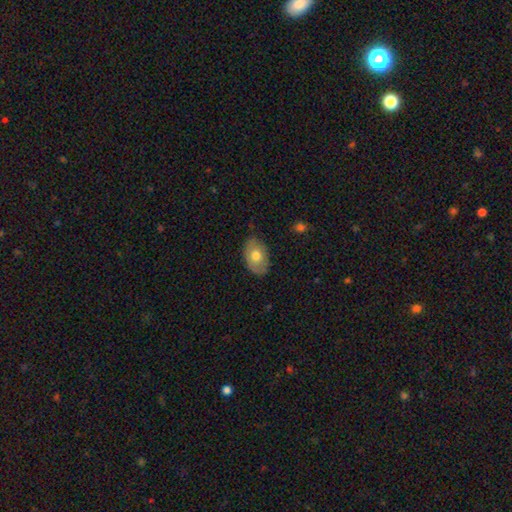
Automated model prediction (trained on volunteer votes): Q: Smooth or featured?
A: smooth (68%); runner-up: featured or disk (26%)
Q: How rounded?
A: in between (88%); runner-up: round (11%)
Q: Merging?
A: none (78%); runner-up: minor disturbance (18%)